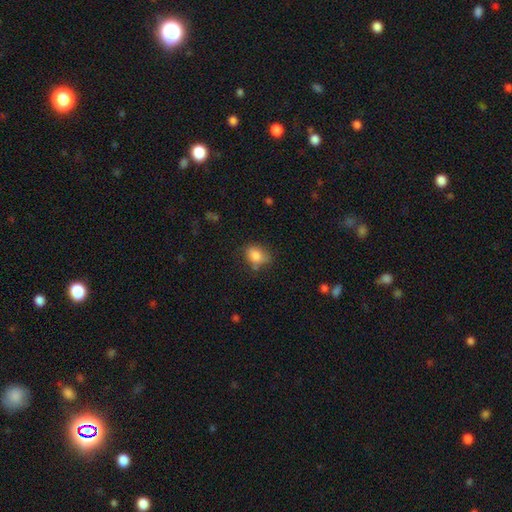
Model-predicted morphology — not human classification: A smooth galaxy with no disk features (83%) that is in between round and cigar-shaped (67%). Merging: none (63%).